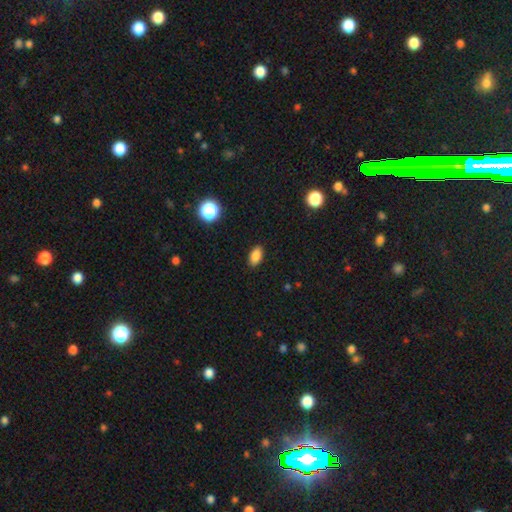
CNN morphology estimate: The model was most divided on "smooth or featured": smooth: 86%, star or artifact: 10%, featured or disk: 4%. More confident: how rounded — in between (91%); merging — none (89%).